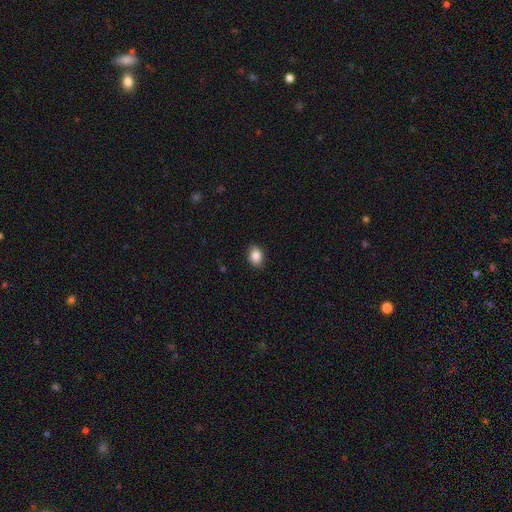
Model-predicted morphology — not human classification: smooth-or-featured: smooth: 86% | star or artifact: 8% | featured or disk: 5%
  how-rounded: in between: 71% | round: 28% | cigar-shaped: 1%
  merging: none: 87% | minor disturbance: 10% | major disturbance: 2% | merger: 1%